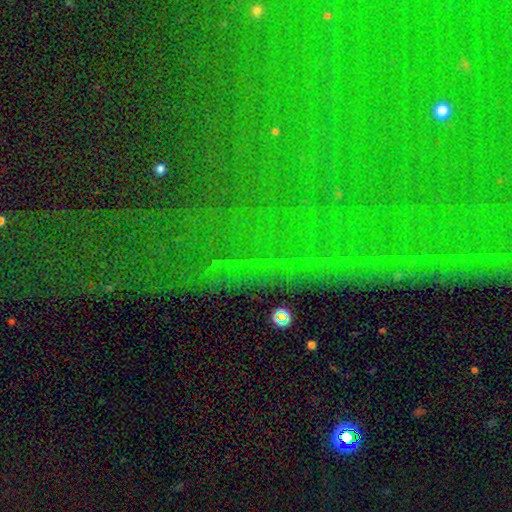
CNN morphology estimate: star or artifact 85%, featured or disk 8%, smooth 7%.